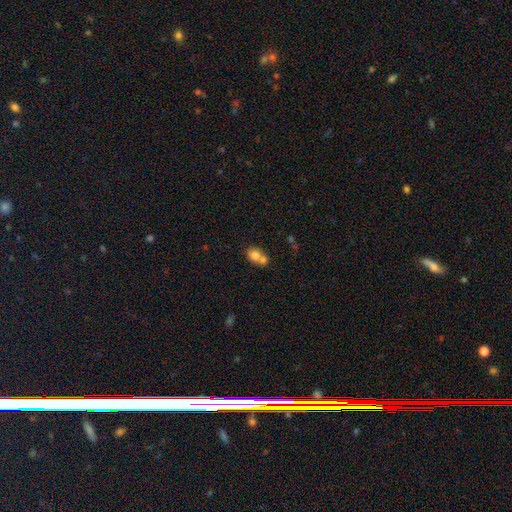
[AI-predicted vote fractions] Morphology: type=smooth (77%); roundness=round (52%); merging=merger (61%).